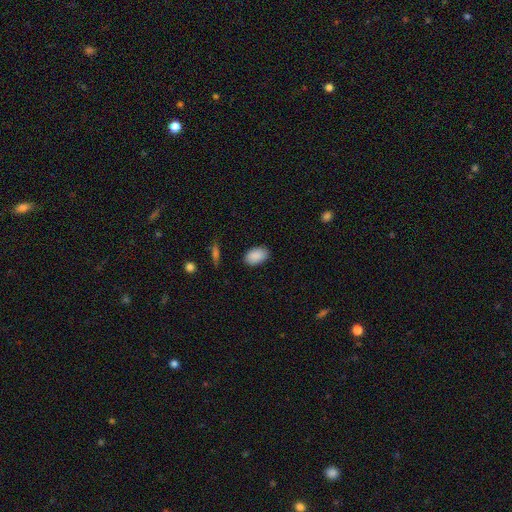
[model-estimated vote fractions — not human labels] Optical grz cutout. It shows a smooth galaxy with no disk features (90%) that is in between round and cigar-shaped (90%). Merging: none (85%).